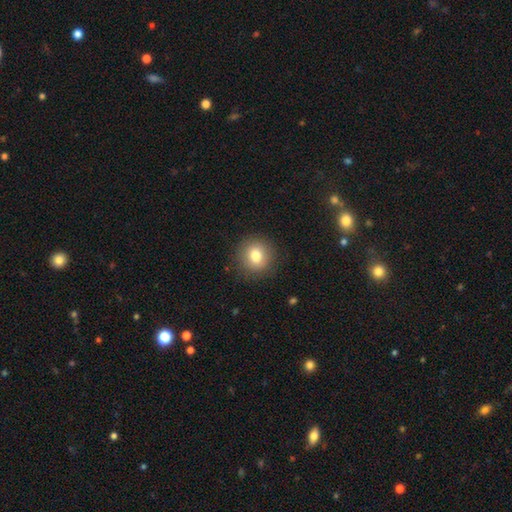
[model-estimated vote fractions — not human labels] smooth_or_featured: smooth (p=0.80) [alt: featured or disk p=0.10]
how_rounded: round (p=0.90) [alt: in between p=0.10]
merging: none (p=0.89) [alt: minor disturbance p=0.07]